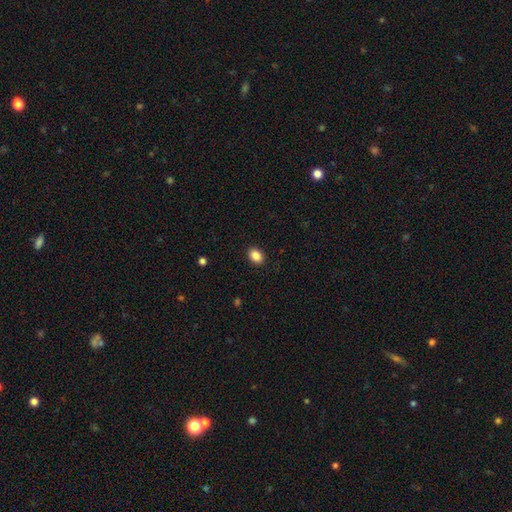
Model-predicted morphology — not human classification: Smooth or featured?
  - smooth: 87% *
  - star or artifact: 9%
  - featured or disk: 4%
How rounded?
  - in between: 72% *
  - round: 27%
  - cigar-shaped: 1%
Merging?
  - none: 90% *
  - minor disturbance: 7%
  - major disturbance: 2%
  - merger: 1%